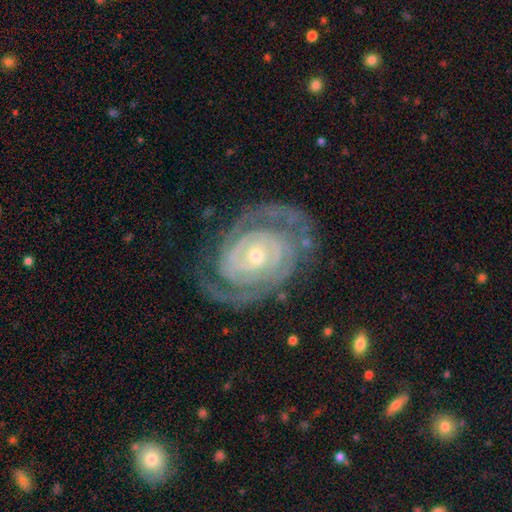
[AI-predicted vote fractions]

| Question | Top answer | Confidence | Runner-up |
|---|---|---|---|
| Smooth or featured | featured or disk | 91% | star or artifact (4%) |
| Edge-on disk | no | 97% | yes (3%) |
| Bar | no | 64% | weak (24%) |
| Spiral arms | yes | 98% | no (2%) |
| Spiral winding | tight | 80% | medium (17%) |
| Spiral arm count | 2 | 61% | can't tell (13%) |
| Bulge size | small | 63% | moderate (34%) |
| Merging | none | 76% | minor disturbance (15%) |